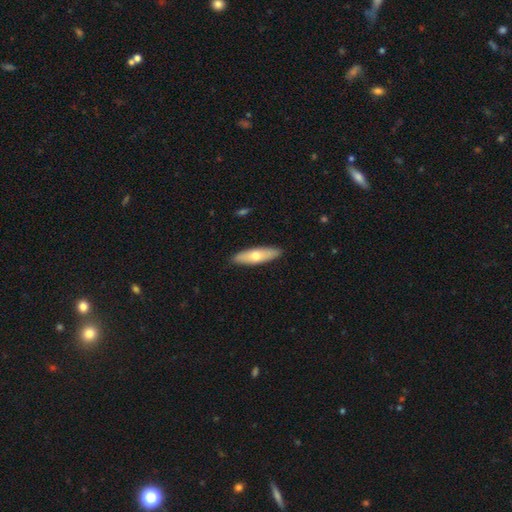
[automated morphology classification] This is likely a smooth galaxy (60%). How rounded: possibly cigar-shaped (54%). Merging: clearly none (89%).